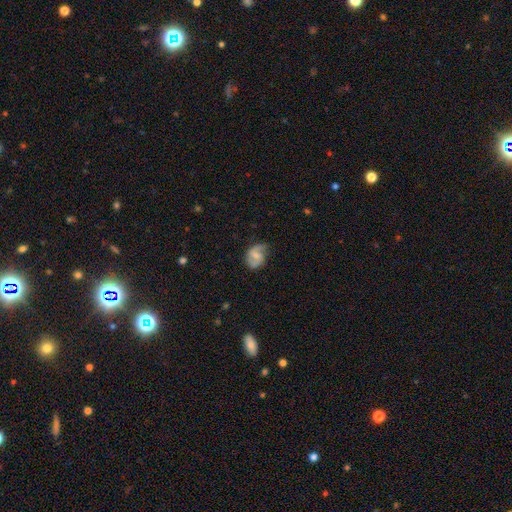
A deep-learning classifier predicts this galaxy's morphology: Overall: featured or disk (61%; smooth 32%). Edge-on disk: no (97%). Bar: weak (48%; no 39%). Spiral arms: yes (88%). Spiral arm count: 2 (80%). Spiral winding: medium (45%; loose 35%). Bulge size: small (44%; moderate 39%). Merging: none (59%; minor disturbance 29%).